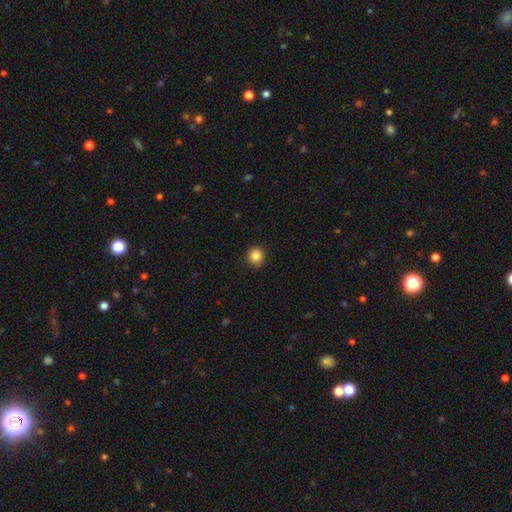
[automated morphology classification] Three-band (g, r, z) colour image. It shows a smooth galaxy with no disk features (86%) that is round (93%). Merging: none (90%).